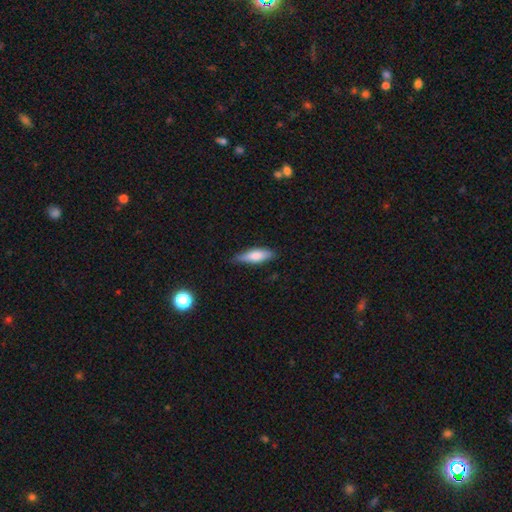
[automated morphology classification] Overall: smooth (74%). How rounded: in between (56%; cigar-shaped 42%). Merging: none (74%).